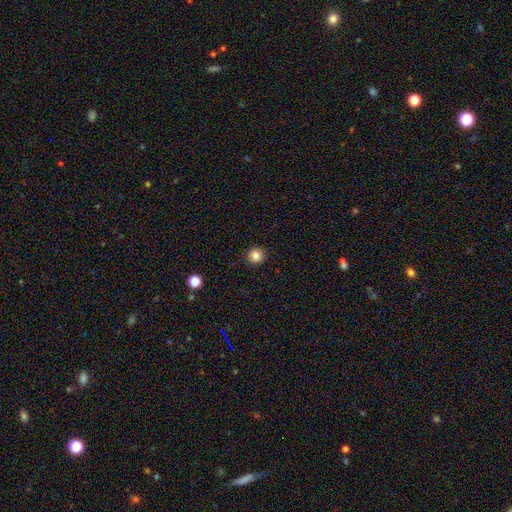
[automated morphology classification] Smooth or featured: smooth — 83% (star or artifact — 11%)
How rounded: round — 91% (in between — 8%)
Merging: none — 91% (minor disturbance — 6%)